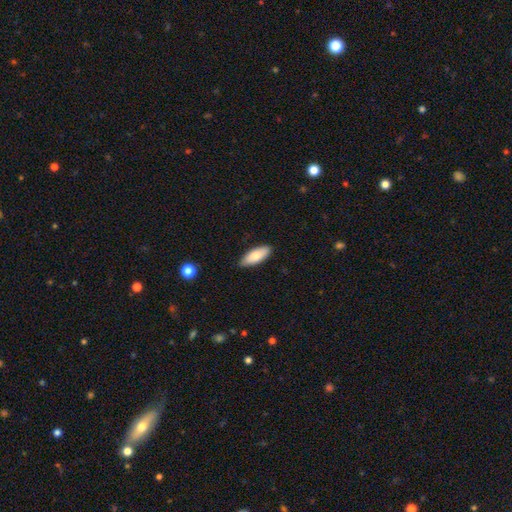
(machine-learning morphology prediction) Smooth or featured? smooth (80%)
How rounded? in between (80%)
Merging? none (85%)